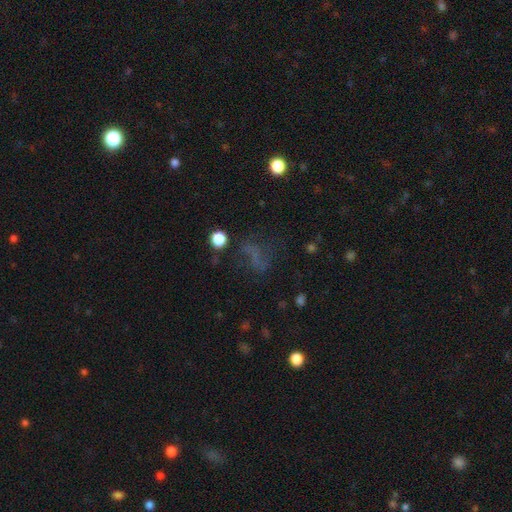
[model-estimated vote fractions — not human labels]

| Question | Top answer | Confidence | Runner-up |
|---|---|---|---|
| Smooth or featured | smooth | 40% | star or artifact (35%) |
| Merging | none | 49% | major disturbance (27%) |